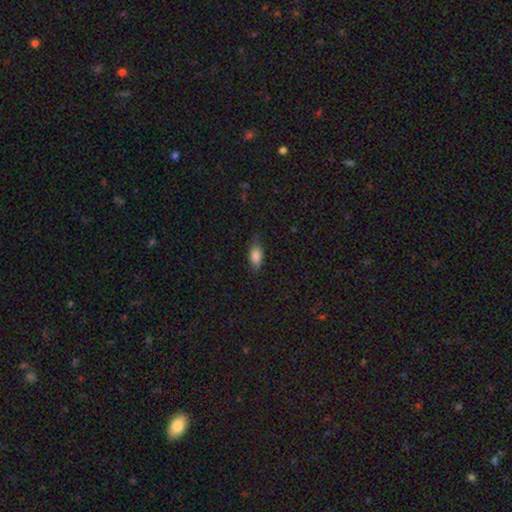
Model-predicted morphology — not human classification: Smooth or featured: smooth — 83% (featured or disk — 9%)
How rounded: in between — 86% (cigar-shaped — 11%)
Merging: none — 76% (minor disturbance — 19%)